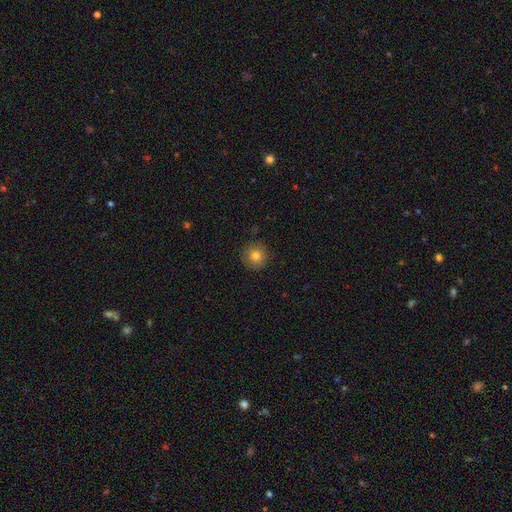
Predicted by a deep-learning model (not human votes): smooth-or-featured: smooth: 79% | star or artifact: 11% | featured or disk: 9%
  how-rounded: round: 95% | in between: 4% | cigar-shaped: 1%
  merging: none: 90% | minor disturbance: 7% | major disturbance: 2% | merger: 1%